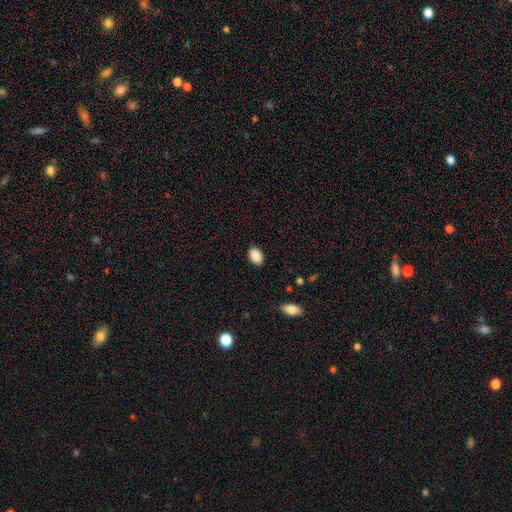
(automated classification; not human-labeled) smooth 89%, star or artifact 8%, featured or disk 3%. Down the decision tree: how rounded — in between (80%); merging — none (87%).